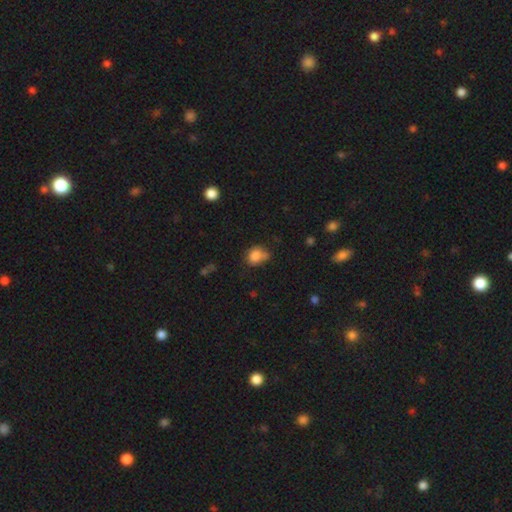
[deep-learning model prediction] Smooth or featured: smooth — 81% (star or artifact — 10%)
How rounded: round — 59% (in between — 40%)
Merging: none — 50% (minor disturbance — 26%)